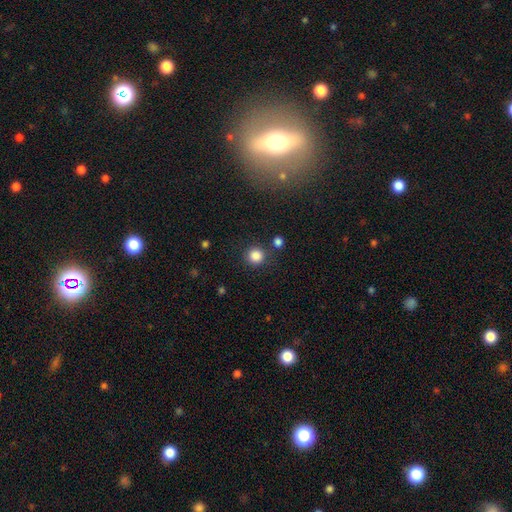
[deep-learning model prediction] Morphology: type=smooth (85%); roundness=round (92%); merging=none (81%).